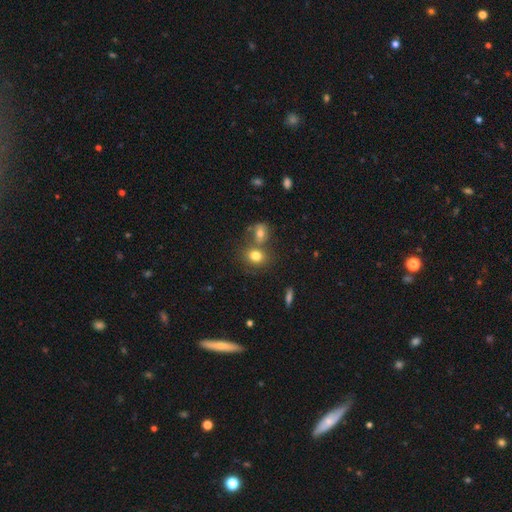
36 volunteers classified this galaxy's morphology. Smooth or featured? 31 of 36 (86%) said smooth. How rounded? 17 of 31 (55%) said in between. Merging? 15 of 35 (43%) said none.